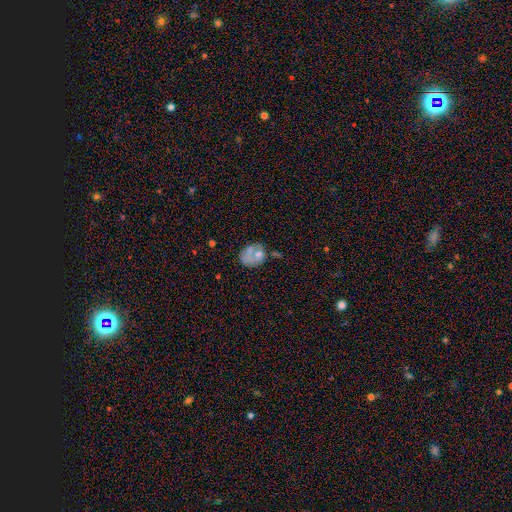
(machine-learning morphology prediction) Smooth or featured? Predicted: smooth (p=0.57). How rounded? Predicted: in between (p=0.52). Merging? Predicted: none (p=0.38).